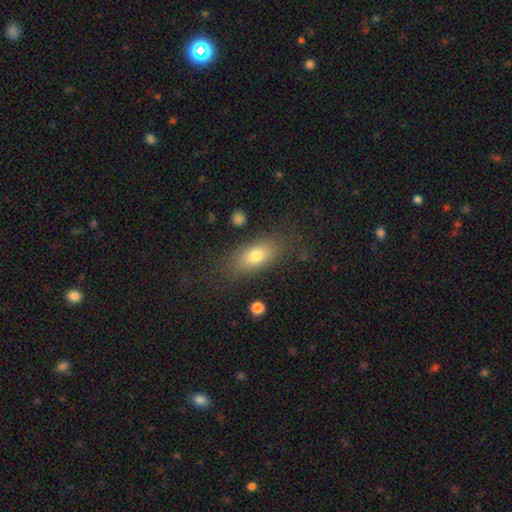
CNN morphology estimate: This is likely a smooth galaxy (75%). How rounded: clearly in between (80%). Merging: likely none (78%).